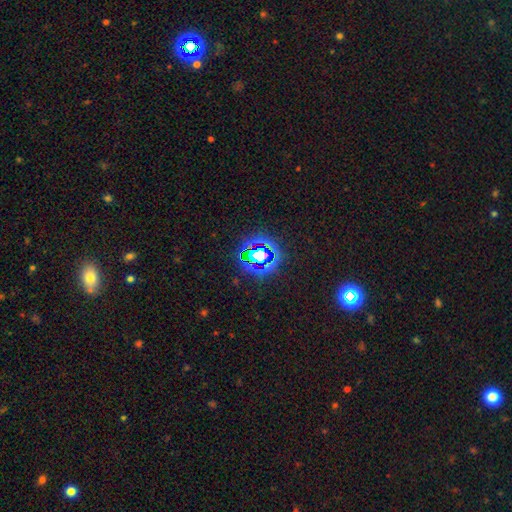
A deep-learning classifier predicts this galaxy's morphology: The model was most divided on "smooth or featured": star or artifact: 75%, smooth: 16%, featured or disk: 10%.